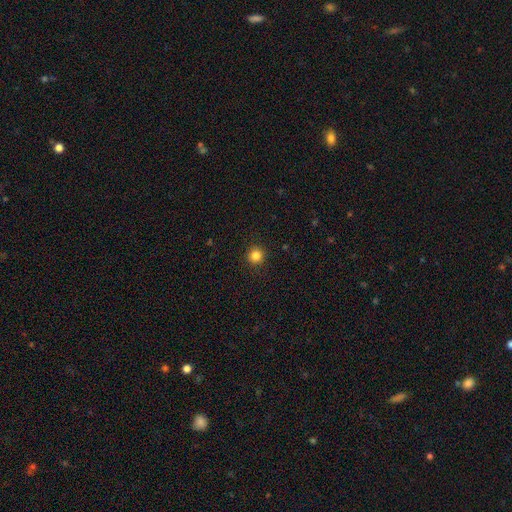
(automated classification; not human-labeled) The model was most divided on "smooth or featured": smooth: 84%, star or artifact: 12%, featured or disk: 4%. More confident: how rounded — round (95%); merging — none (92%).